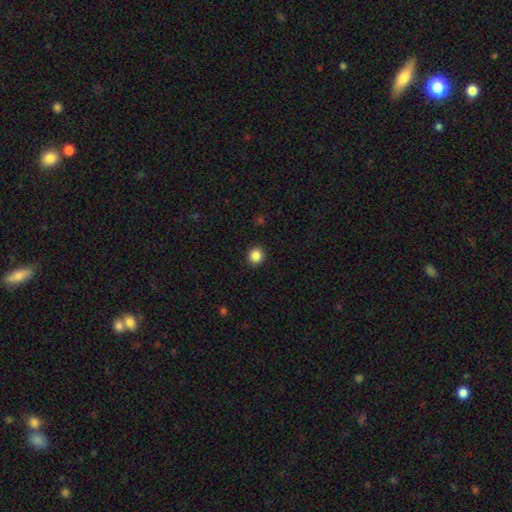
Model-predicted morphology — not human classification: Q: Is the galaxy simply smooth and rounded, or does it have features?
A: smooth — 86%.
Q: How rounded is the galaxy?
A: round — 92%.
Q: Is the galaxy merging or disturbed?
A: none — 93%.